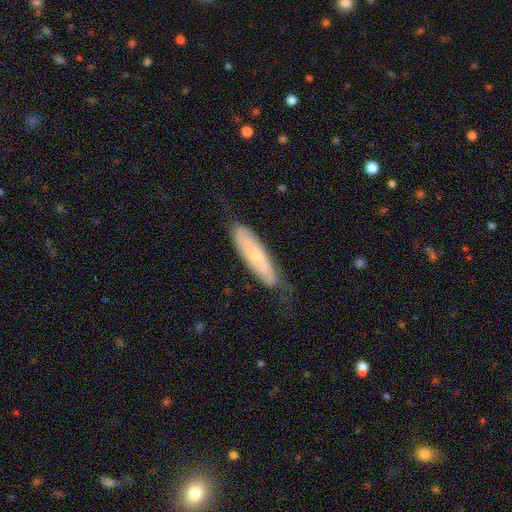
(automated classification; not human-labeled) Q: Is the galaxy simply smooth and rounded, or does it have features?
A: featured or disk — 47%.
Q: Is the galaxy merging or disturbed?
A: none — 56%.